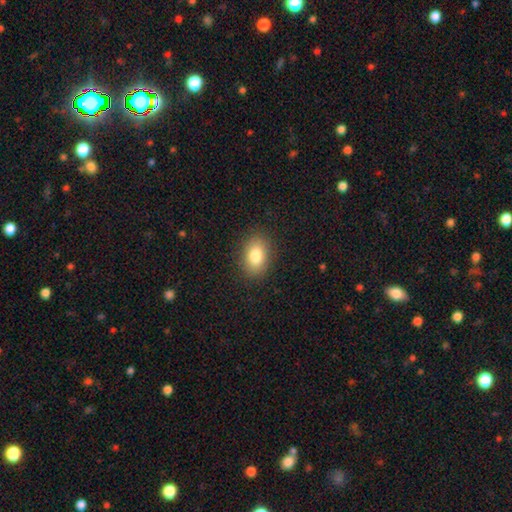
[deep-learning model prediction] A smooth galaxy with no disk features (83%) that is in between round and cigar-shaped (83%). Merging: none (88%).